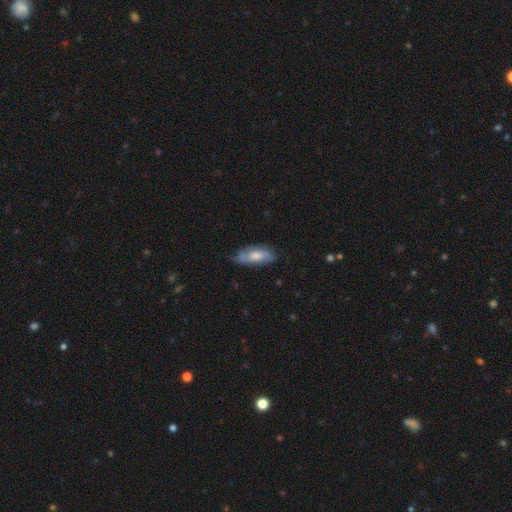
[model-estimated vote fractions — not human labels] This is likely a smooth galaxy (63%). How rounded: likely in between (78%). Merging: likely none (61%).